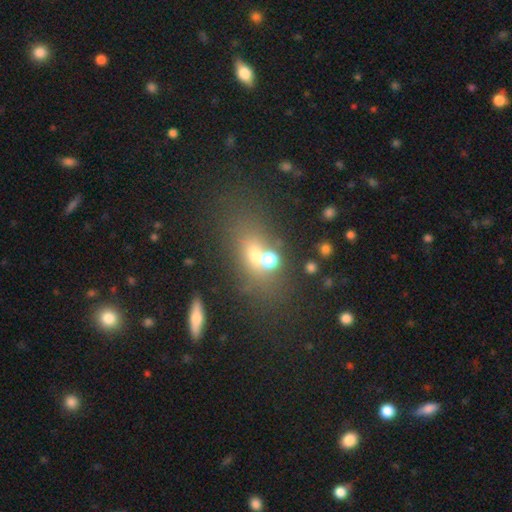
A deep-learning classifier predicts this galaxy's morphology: A smooth galaxy with no disk features (51%) that is in between round and cigar-shaped (58%). Merging: none (47%).